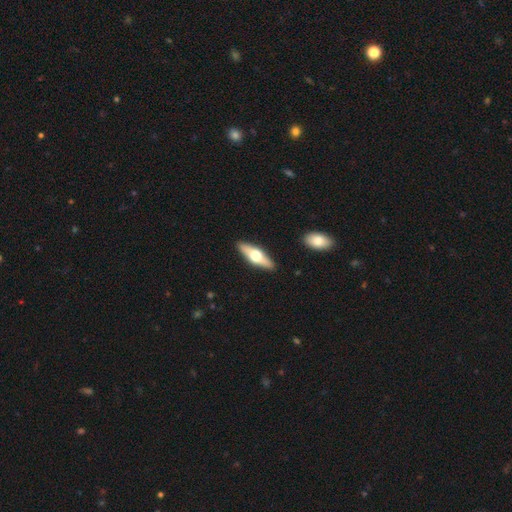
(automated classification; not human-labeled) Morphology: type=featured or disk (52%); edge-on=yes (88%); merging=none (90%).